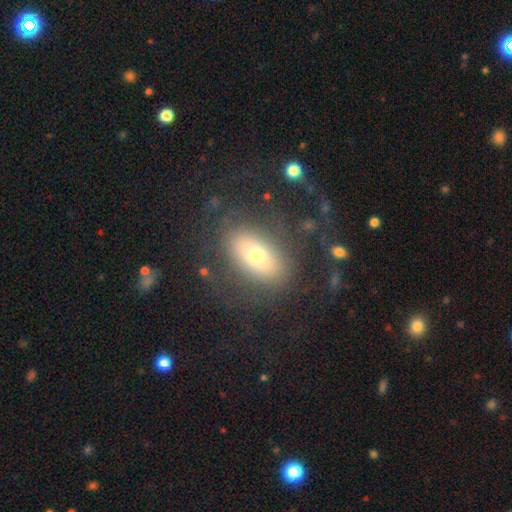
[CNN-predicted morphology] Overall: smooth (53%; featured or disk 37%). How rounded: in between (86%). Merging: none (70%).